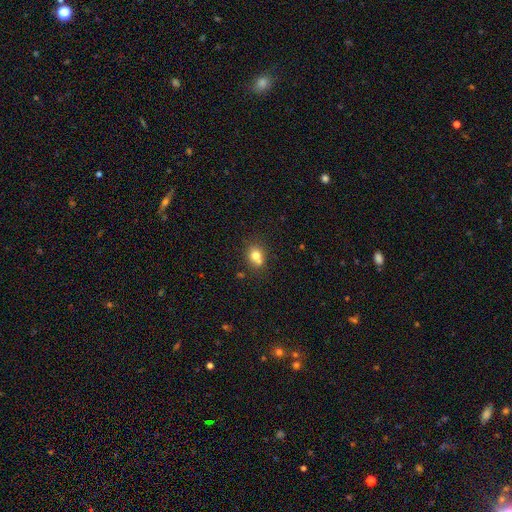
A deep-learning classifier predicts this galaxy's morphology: This is likely a smooth galaxy (75%). How rounded: likely round (63%). Merging: possibly none (53%).